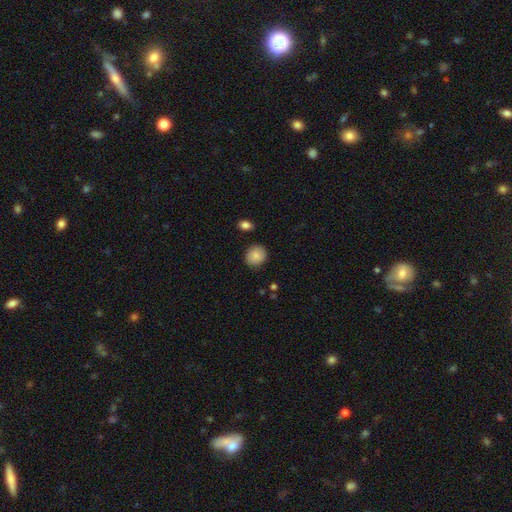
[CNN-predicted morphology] A smooth galaxy with no disk features (85%) that is round (74%).

Vote fractions:
- Smooth or featured? smooth: 85% / featured or disk: 8% / star or artifact: 7%
- How rounded? round: 74% / in between: 25% / cigar-shaped: 1%
- Merging? none: 85% / minor disturbance: 11% / major disturbance: 2% / merger: 2%